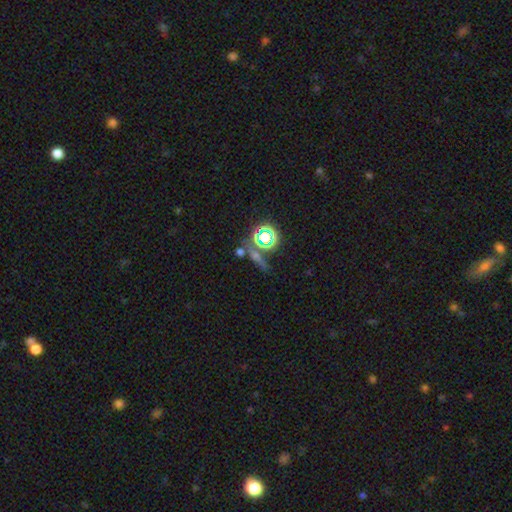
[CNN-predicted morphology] star or artifact 55%, smooth 29%, featured or disk 16%.